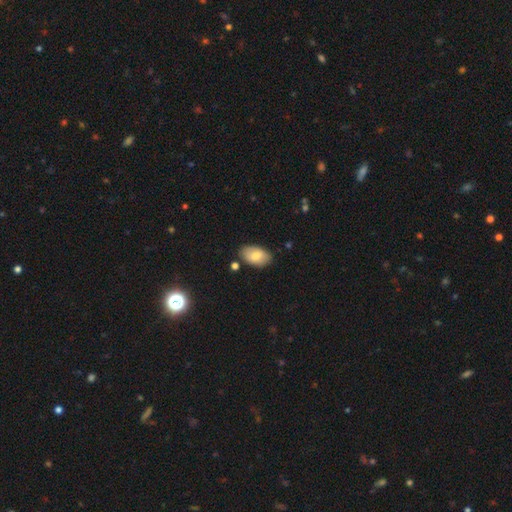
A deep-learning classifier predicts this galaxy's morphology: The model was most divided on "smooth or featured": smooth: 77%, featured or disk: 16%, star or artifact: 7%. More confident: how rounded — in between (94%); merging — none (82%).